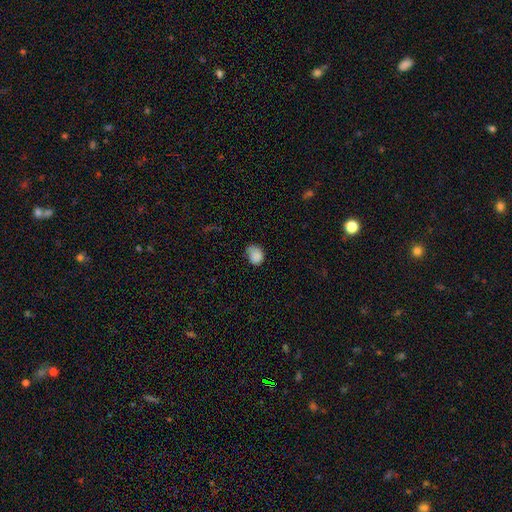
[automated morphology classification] smooth-or-featured: smooth: 85% | star or artifact: 9% | featured or disk: 6%
  how-rounded: in between: 56% | round: 43% | cigar-shaped: 1%
  merging: none: 55% | minor disturbance: 34% | major disturbance: 9% | merger: 2%